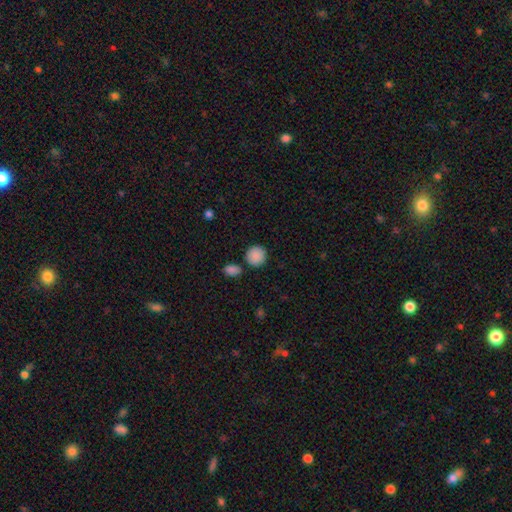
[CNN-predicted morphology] This appears to be a smooth galaxy with no disk features (89%) that is round (89%). Merging: none (82%).